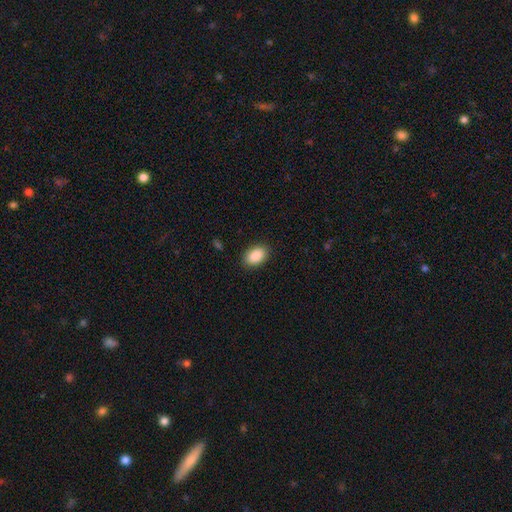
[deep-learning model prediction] Smooth or featured: smooth — 90% (star or artifact — 7%)
How rounded: in between — 87% (round — 12%)
Merging: none — 88% (minor disturbance — 9%)